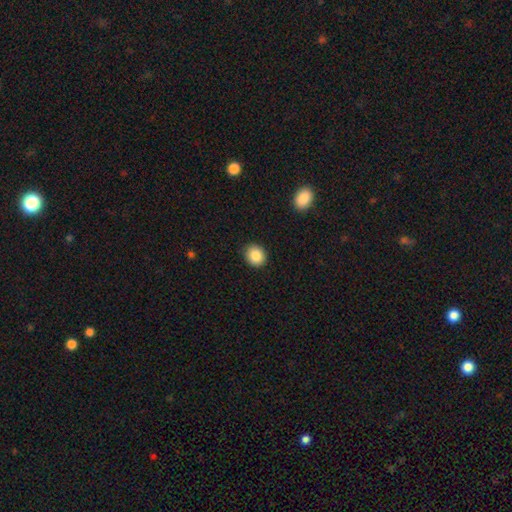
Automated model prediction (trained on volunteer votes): smooth-or-featured: smooth: 87% | star or artifact: 9% | featured or disk: 5%
  how-rounded: round: 77% | in between: 22% | cigar-shaped: 1%
  merging: none: 90% | minor disturbance: 7% | major disturbance: 2% | merger: 1%